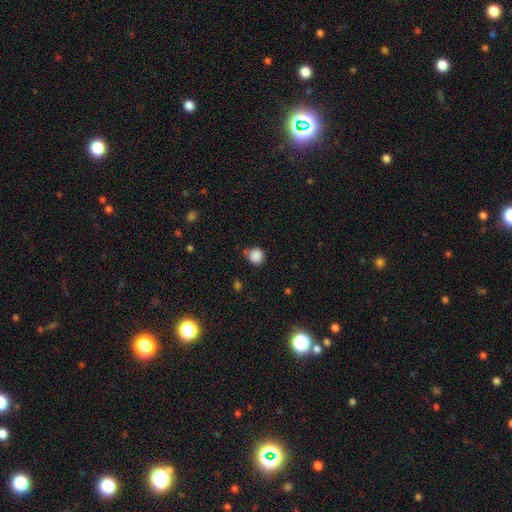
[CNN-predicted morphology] Q: Smooth or featured?
A: smooth (86%); runner-up: star or artifact (10%)
Q: How rounded?
A: round (91%); runner-up: in between (8%)
Q: Merging?
A: none (76%); runner-up: minor disturbance (15%)